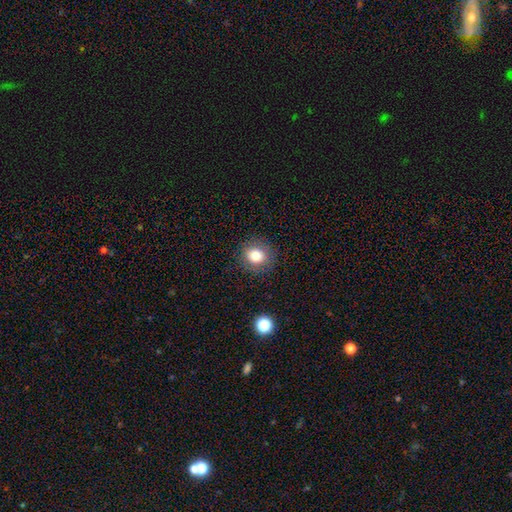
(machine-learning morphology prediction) A smooth galaxy with no disk features (80%) that is round (79%). Merging: none (88%).